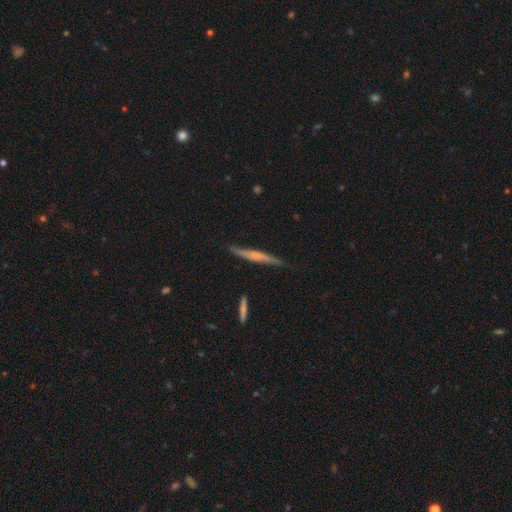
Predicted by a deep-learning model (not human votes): Overall: featured or disk (52%; smooth 42%). Edge-on disk: yes (93%). Merging: none (79%).